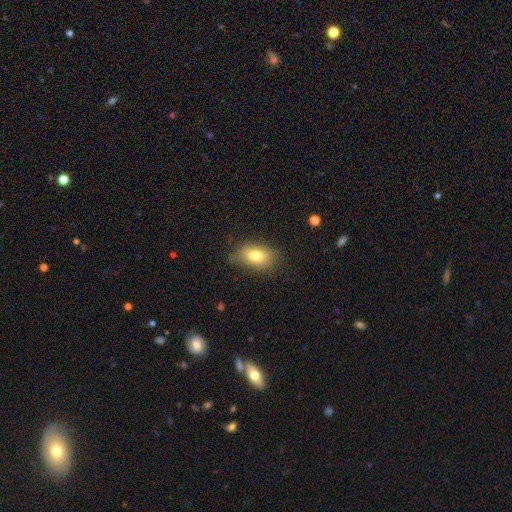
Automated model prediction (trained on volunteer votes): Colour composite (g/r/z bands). It shows a smooth galaxy with no disk features (77%) that is in between round and cigar-shaped (84%). Merging: none (71%).